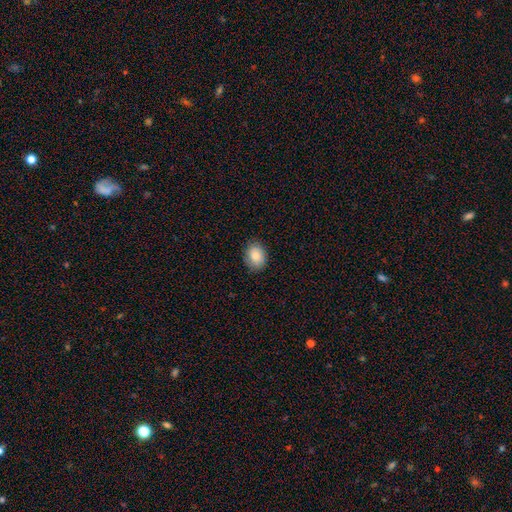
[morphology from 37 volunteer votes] smooth 86%, featured or disk 11%, star or artifact 3%. Down the decision tree: how rounded — in between (75%); merging — none (92%).